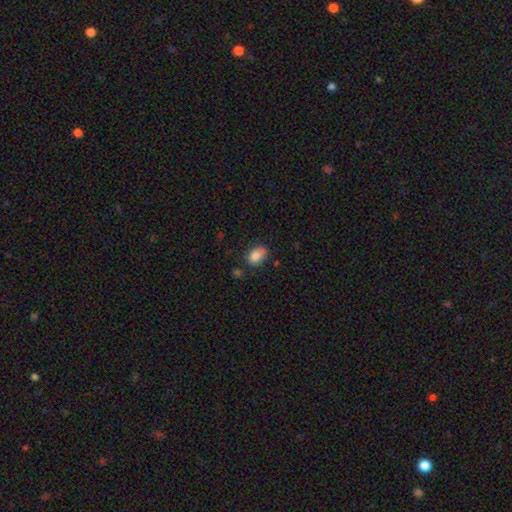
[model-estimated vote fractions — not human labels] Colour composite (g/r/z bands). It shows a smooth galaxy with no disk features (84%) that is in between round and cigar-shaped (82%). Merging: none (62%).